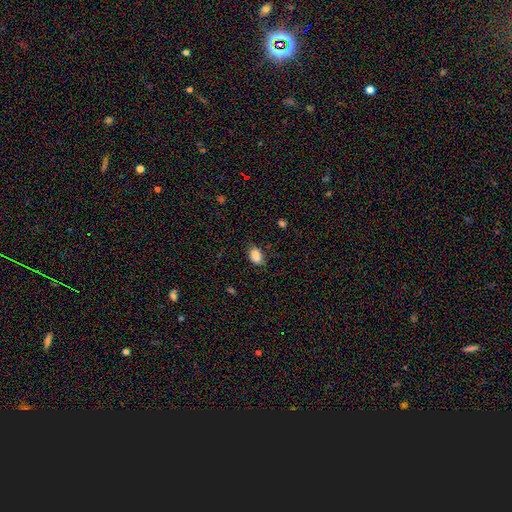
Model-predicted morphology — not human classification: Q: Smooth or featured?
A: smooth (86%); runner-up: star or artifact (8%)
Q: How rounded?
A: in between (84%); runner-up: round (14%)
Q: Merging?
A: none (74%); runner-up: minor disturbance (20%)